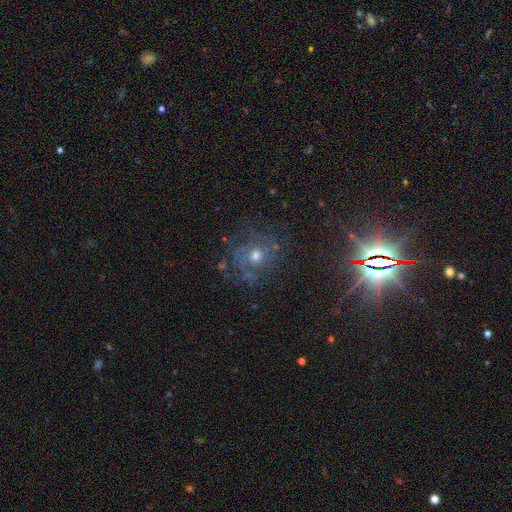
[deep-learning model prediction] Morphology: type=featured or disk (57%); edge-on=no (97%); bar=no (82%); spiral arms=yes (72%); bulge=moderate (67%); merging=none (66%).